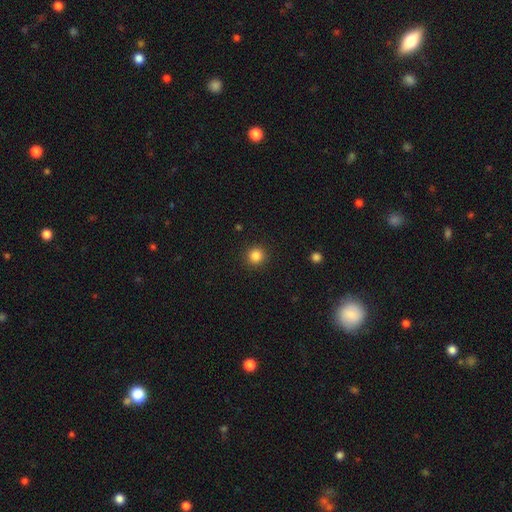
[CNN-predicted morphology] Smooth or featured? Predicted: smooth (p=0.85). How rounded? Predicted: round (p=0.94). Merging? Predicted: none (p=0.92).